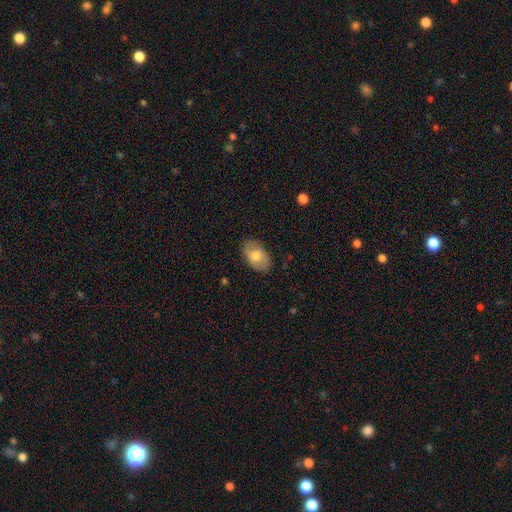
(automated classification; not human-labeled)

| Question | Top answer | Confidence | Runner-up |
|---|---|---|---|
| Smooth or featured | smooth | 67% | featured or disk (27%) |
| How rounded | in between | 91% | round (8%) |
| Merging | none | 82% | minor disturbance (14%) |